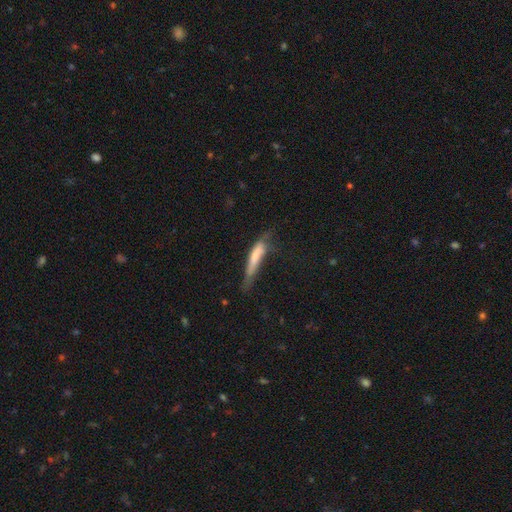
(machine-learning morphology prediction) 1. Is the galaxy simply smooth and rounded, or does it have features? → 66% smooth, 27% featured or disk, 7% star or artifact.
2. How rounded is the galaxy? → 84% cigar-shaped, 14% in between, 2% round.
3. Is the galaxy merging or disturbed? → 33% minor disturbance (tied), 33% none (tied), 29% major disturbance, 5% merger.